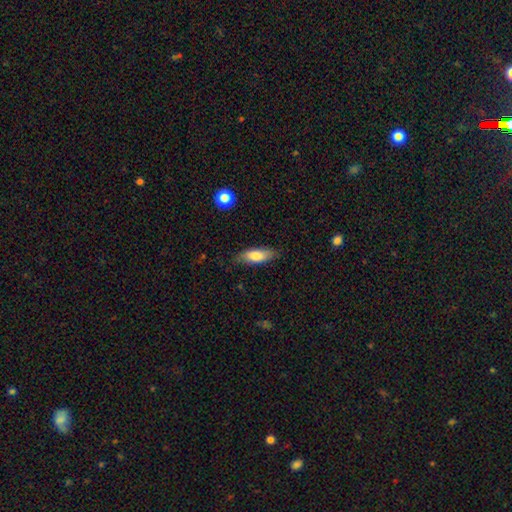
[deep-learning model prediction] Overall: smooth (81%). How rounded: in between (69%; cigar-shaped 29%). Merging: none (79%).